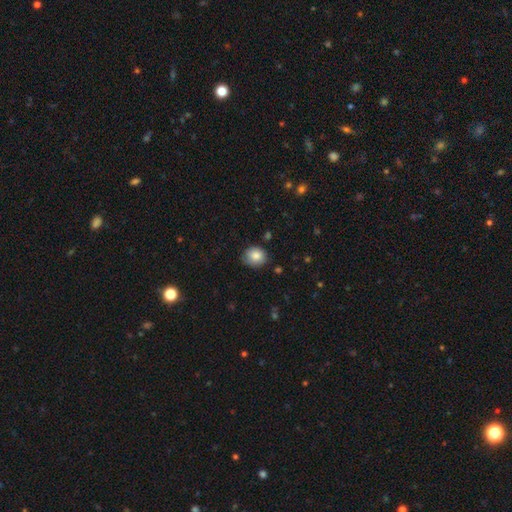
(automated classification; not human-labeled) Smooth or featured? smooth (84%)
How rounded? round (72%)
Merging? none (75%)